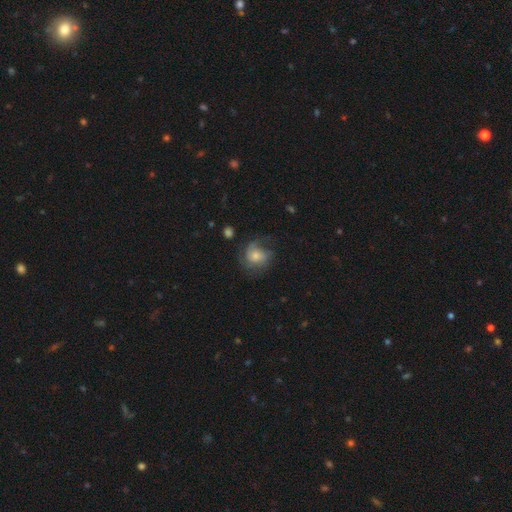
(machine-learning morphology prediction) This is possibly a featured or disk galaxy (50%). Merging: possibly none (52%).